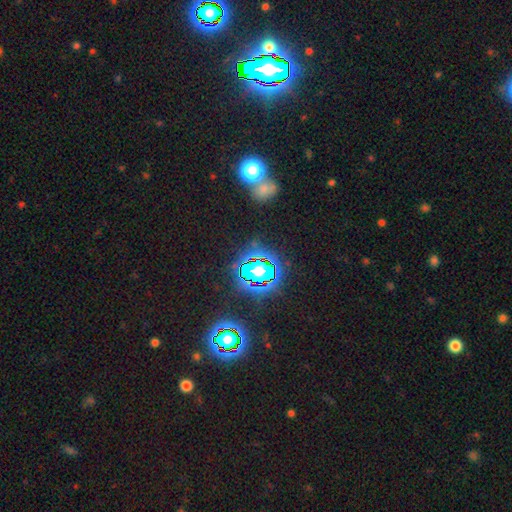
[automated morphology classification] This appears to be a star or artifact, not a galaxy (80%).